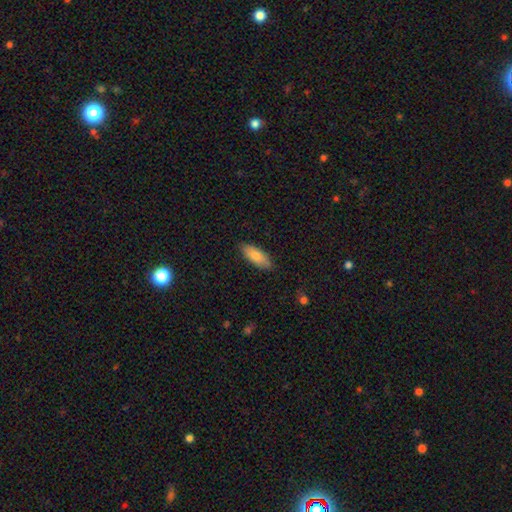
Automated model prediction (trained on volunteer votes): A smooth galaxy with no disk features (83%) that is in between round and cigar-shaped (79%).

Vote fractions:
- Smooth or featured? smooth: 83% / featured or disk: 11% / star or artifact: 6%
- How rounded? in between: 79% / cigar-shaped: 20% / round: 2%
- Merging? none: 85% / minor disturbance: 12% / major disturbance: 2% / merger: 1%